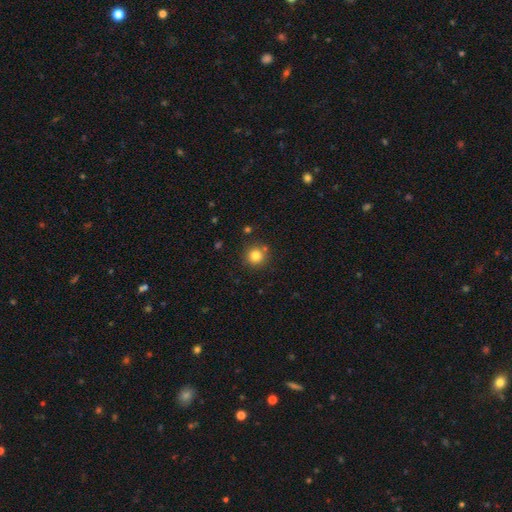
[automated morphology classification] This is clearly a smooth galaxy (81%). How rounded: clearly round (94%). Merging: clearly none (84%).